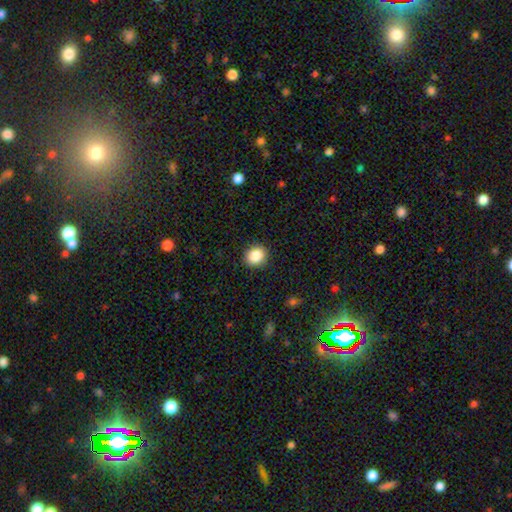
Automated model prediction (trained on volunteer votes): Smooth or featured? Predicted: smooth (p=0.87). How rounded? Predicted: round (p=0.75). Merging? Predicted: none (p=0.91).